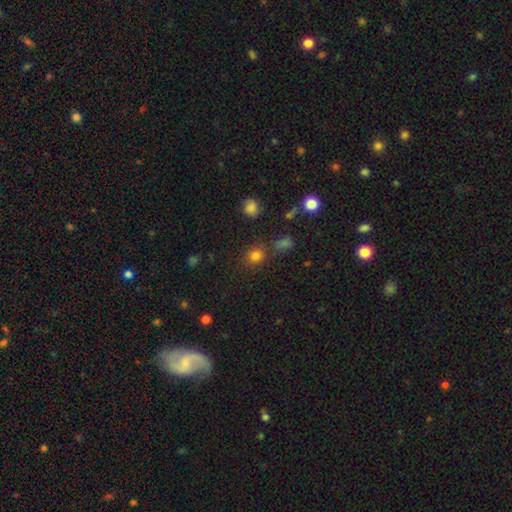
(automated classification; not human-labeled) Smooth or featured? Predicted: smooth (p=0.77). How rounded? Predicted: round (p=0.83). Merging? Predicted: none (p=0.77).